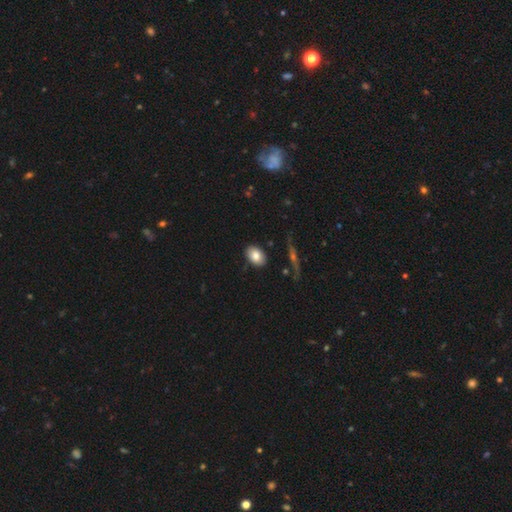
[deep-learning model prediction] This is clearly a smooth galaxy (80%). How rounded: clearly in between (82%). Merging: clearly none (87%).